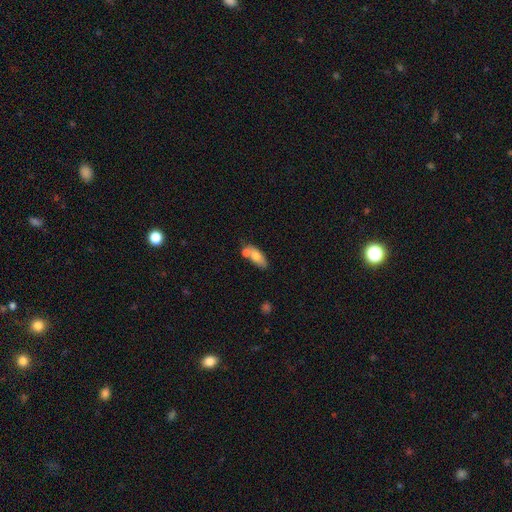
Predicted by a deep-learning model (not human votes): Smooth or featured? Predicted: smooth (p=0.71). How rounded? Predicted: in between (p=0.79). Merging? Predicted: none (p=0.44).